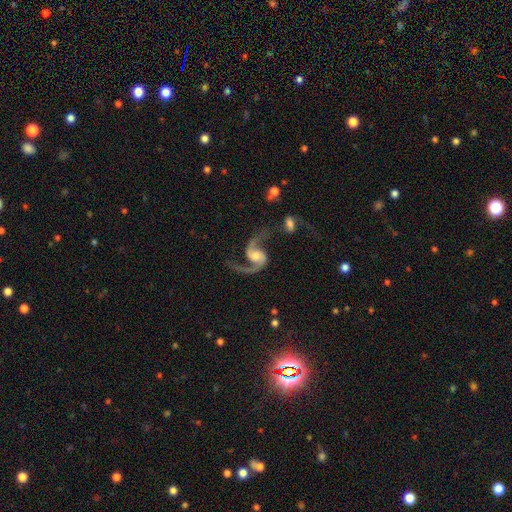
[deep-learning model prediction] featured or disk 92%, star or artifact 4%, smooth 4%. Down the decision tree: edge-on disk — no (98%); bar — no (58%); spiral arms — yes (98%); spiral arm count — 2 (92%); spiral winding — loose (64%); bulge size — moderate (52%); merging — none (61%).